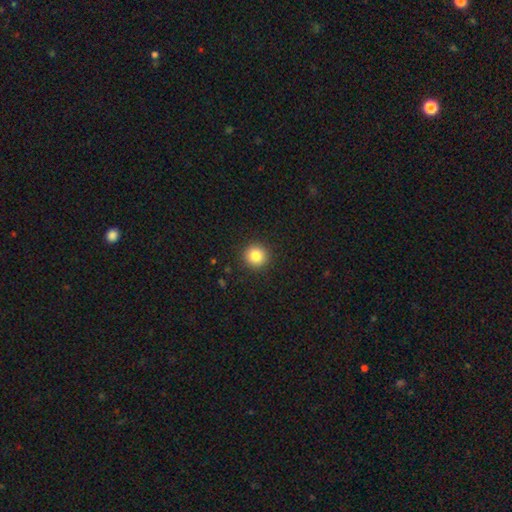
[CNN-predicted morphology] type=smooth (83%); roundness=round (95%); merging=none (92%).